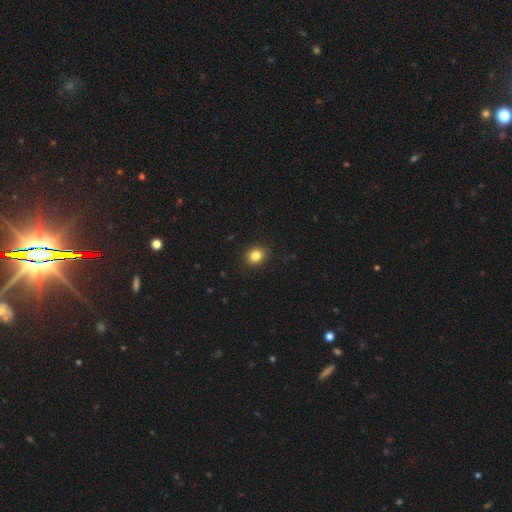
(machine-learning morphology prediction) This is clearly a smooth galaxy (84%). How rounded: likely round (64%). Merging: clearly none (90%).